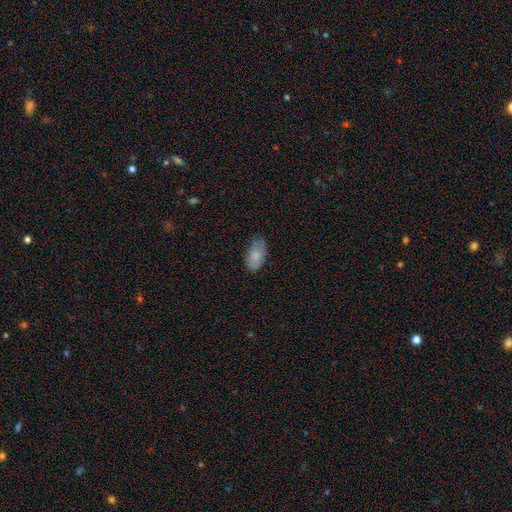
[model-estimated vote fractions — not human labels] Smooth or featured? Predicted: smooth (p=0.80). How rounded? Predicted: in between (p=0.94). Merging? Predicted: none (p=0.76).